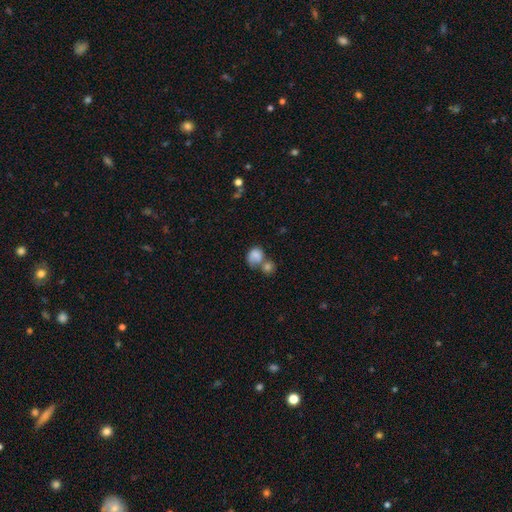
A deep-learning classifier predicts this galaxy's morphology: This appears to be a smooth galaxy with no disk features (77%) that is round (57%). Merging: merger (55%).